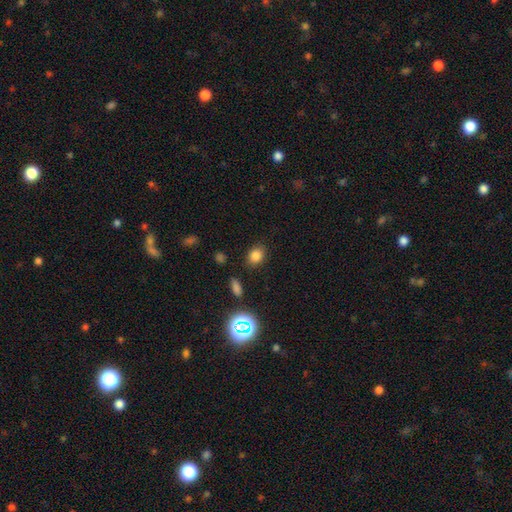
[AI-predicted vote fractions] The model was most divided on "how rounded": in between: 57%, round: 42%, cigar-shaped: 1%. More confident: merging — none (84%); smooth or featured — smooth (80%).